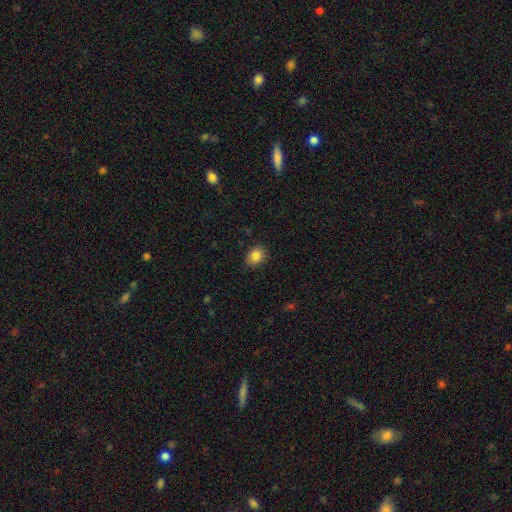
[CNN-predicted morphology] Smooth or featured?
  - smooth: 84% *
  - star or artifact: 10%
  - featured or disk: 6%
How rounded?
  - round: 54% *
  - in between: 45%
  - cigar-shaped: 1%
Merging?
  - none: 86% *
  - minor disturbance: 11%
  - major disturbance: 2%
  - merger: 1%